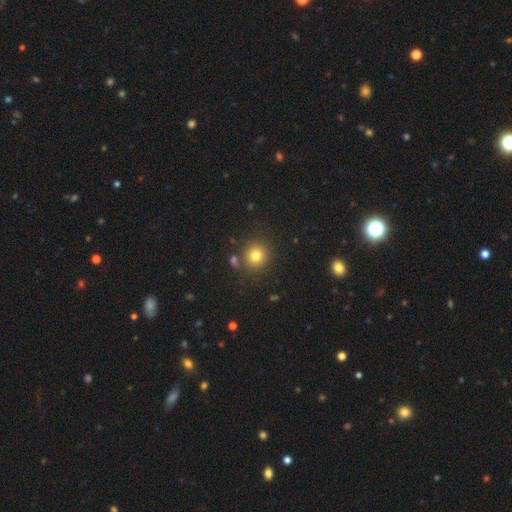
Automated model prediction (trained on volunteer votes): smooth-or-featured: smooth: 79% | star or artifact: 13% | featured or disk: 8%
  how-rounded: round: 89% | in between: 10% | cigar-shaped: 1%
  merging: none: 82% | minor disturbance: 8% | merger: 7% | major disturbance: 3%